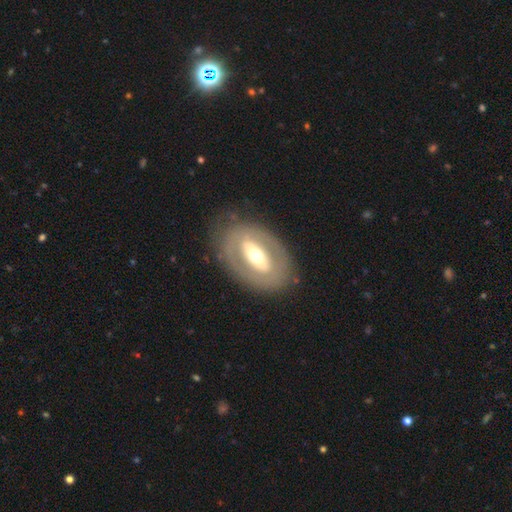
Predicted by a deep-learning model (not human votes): This is likely a featured or disk galaxy (64%). It is clearly not viewed edge-on (89%). Bar: marginally strong (41%). Spiral arm pattern: clearly no (83%). Central bulge: likely moderate (63%). Merging: likely none (77%).